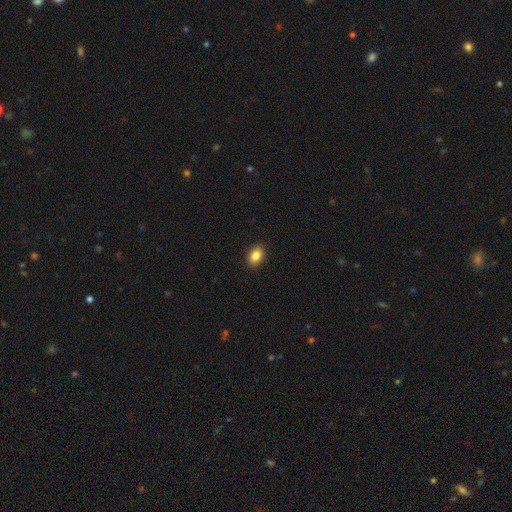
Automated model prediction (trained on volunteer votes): The model was most divided on "how rounded": in between: 79%, round: 19%, cigar-shaped: 1%. More confident: merging — none (90%); smooth or featured — smooth (86%).